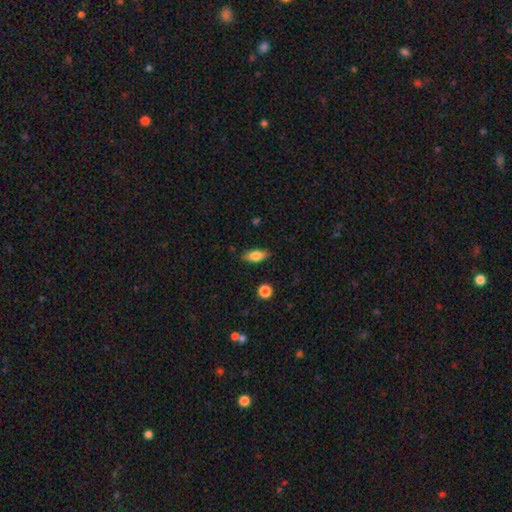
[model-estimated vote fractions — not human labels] Smooth or featured?
  - smooth: 75% *
  - featured or disk: 17%
  - star or artifact: 8%
How rounded?
  - in between: 79% *
  - cigar-shaped: 17%
  - round: 4%
Merging?
  - none: 85% *
  - minor disturbance: 11%
  - major disturbance: 2%
  - merger: 1%